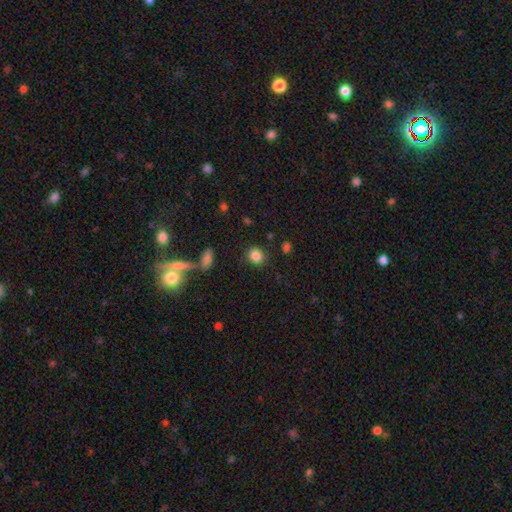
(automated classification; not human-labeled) Smooth or featured?
  - smooth: 84% *
  - star or artifact: 10%
  - featured or disk: 5%
How rounded?
  - round: 74% *
  - in between: 25%
  - cigar-shaped: 1%
Merging?
  - none: 85% *
  - minor disturbance: 9%
  - major disturbance: 3%
  - merger: 3%